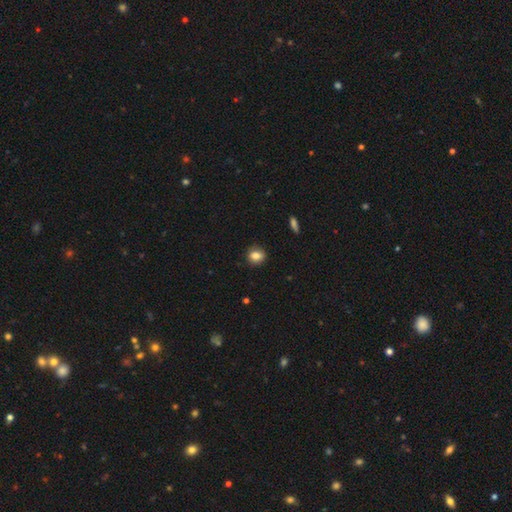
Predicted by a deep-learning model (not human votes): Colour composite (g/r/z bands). It shows a smooth galaxy with no disk features (83%) that is round (69%). Merging: none (86%).